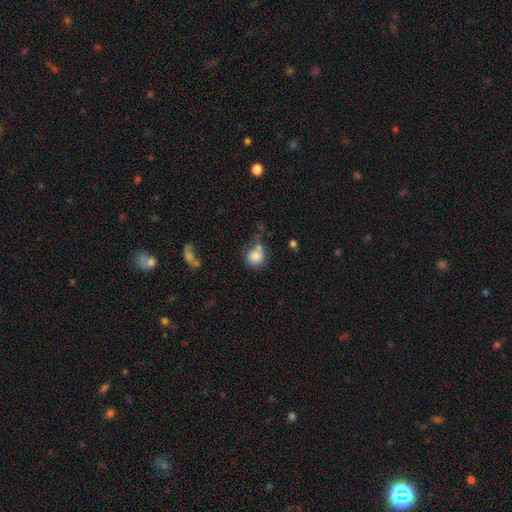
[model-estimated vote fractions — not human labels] Morphology: type=smooth (83%); roundness=round (86%); merging=none (50%).